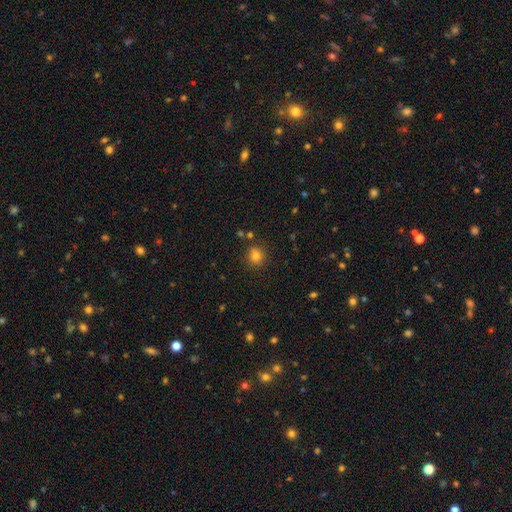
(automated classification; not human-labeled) Smooth or featured: smooth — 80% (star or artifact — 15%)
How rounded: round — 86% (in between — 13%)
Merging: none — 83% (minor disturbance — 9%)